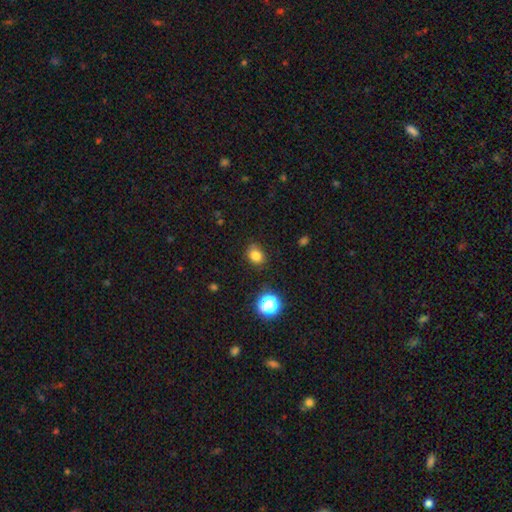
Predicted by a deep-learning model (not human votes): Overall: smooth (80%). How rounded: round (53%; in between 46%). Merging: none (79%).